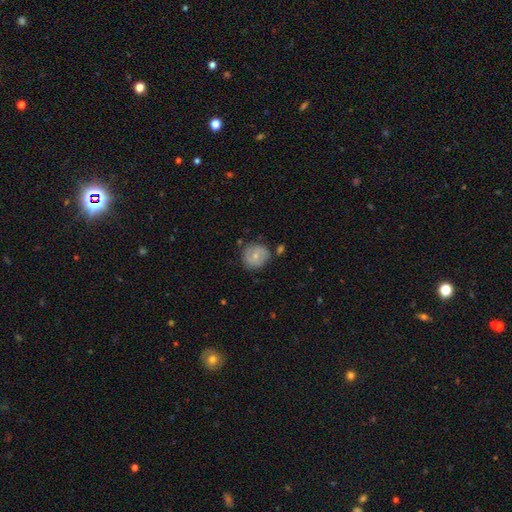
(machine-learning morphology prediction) The model was most divided on "smooth or featured": smooth: 52%, featured or disk: 41%, star or artifact: 7%. More confident: how rounded — round (85%); merging — none (73%).